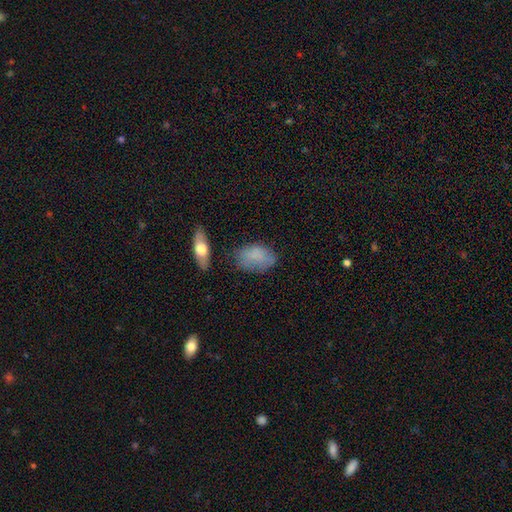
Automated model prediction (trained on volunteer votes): This is likely a smooth galaxy (76%). How rounded: clearly in between (90%). Merging: possibly none (56%).